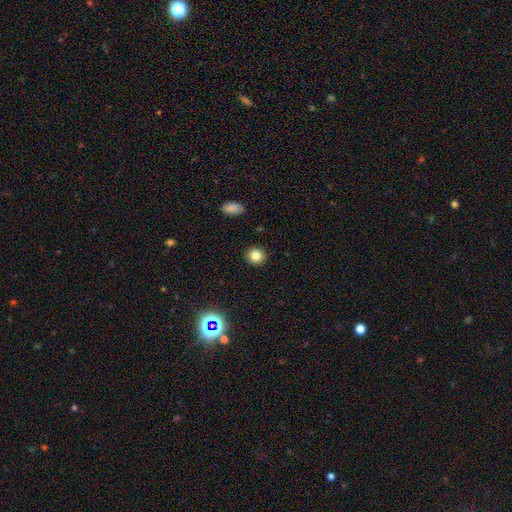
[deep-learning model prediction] A smooth galaxy with no disk features (82%) that is round (86%). Merging: none (91%).